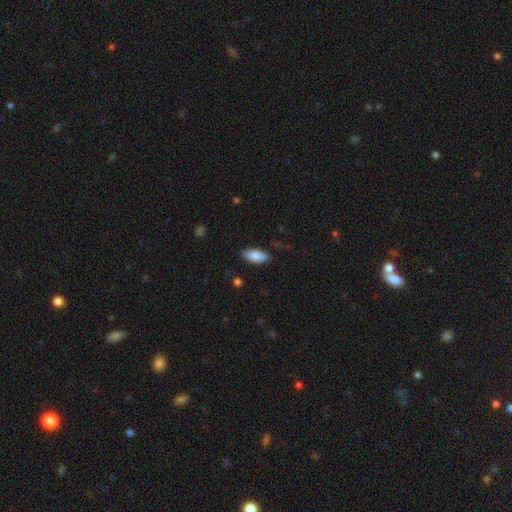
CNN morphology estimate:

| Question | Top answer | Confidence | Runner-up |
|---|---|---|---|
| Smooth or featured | smooth | 87% | featured or disk (7%) |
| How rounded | in between | 84% | cigar-shaped (14%) |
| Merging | none | 84% | minor disturbance (12%) |